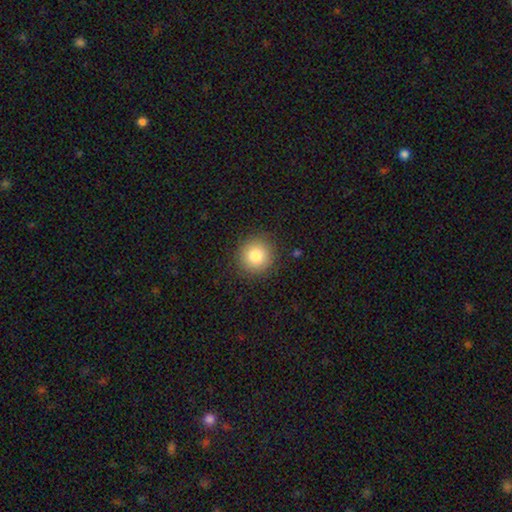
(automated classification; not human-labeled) smooth_or_featured: smooth (p=0.82) [alt: star or artifact p=0.10]
how_rounded: round (p=0.93) [alt: in between p=0.06]
merging: none (p=0.89) [alt: minor disturbance p=0.08]